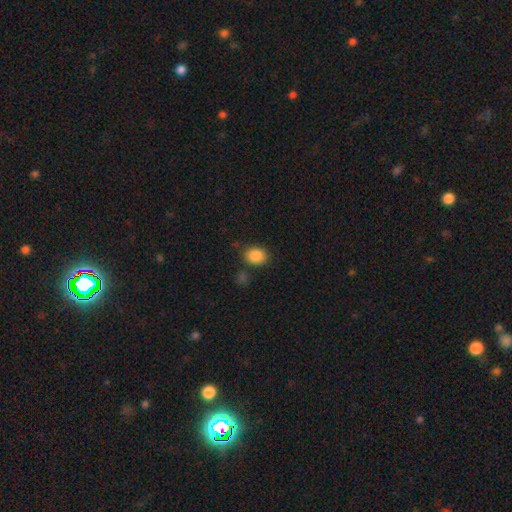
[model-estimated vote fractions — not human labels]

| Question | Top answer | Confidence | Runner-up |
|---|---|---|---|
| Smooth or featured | smooth | 87% | star or artifact (8%) |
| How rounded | in between | 59% | round (40%) |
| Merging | none | 78% | minor disturbance (12%) |